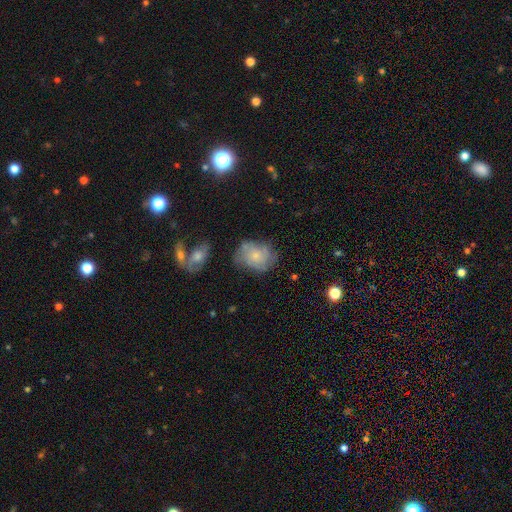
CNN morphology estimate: Smooth or featured: smooth — 46% (featured or disk — 45%)
Merging: none — 57% (minor disturbance — 25%)